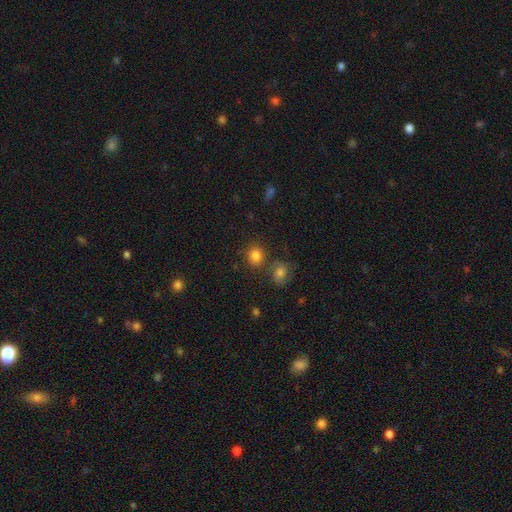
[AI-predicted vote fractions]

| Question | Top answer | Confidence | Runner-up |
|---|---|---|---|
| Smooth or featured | smooth | 82% | star or artifact (12%) |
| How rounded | round | 70% | in between (29%) |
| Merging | none | 71% | merger (15%) |